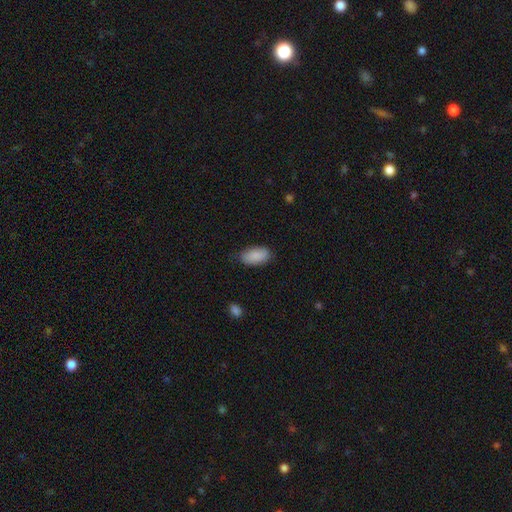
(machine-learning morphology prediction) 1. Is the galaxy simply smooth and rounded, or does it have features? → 89% smooth, 6% star or artifact, 5% featured or disk.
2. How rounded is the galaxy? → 94% in between, 4% cigar-shaped, 2% round.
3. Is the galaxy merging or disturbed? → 78% none, 17% minor disturbance, 3% major disturbance, 1% merger.